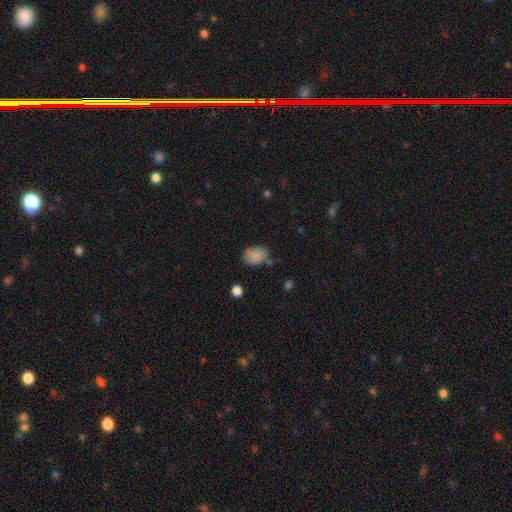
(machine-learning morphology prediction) A smooth galaxy with no disk features (85%) that is in between round and cigar-shaped (74%).

Vote fractions:
- Smooth or featured? smooth: 85% / star or artifact: 9% / featured or disk: 6%
- How rounded? in between: 74% / round: 25% / cigar-shaped: 1%
- Merging? none: 63% / minor disturbance: 24% / major disturbance: 7% / merger: 6%